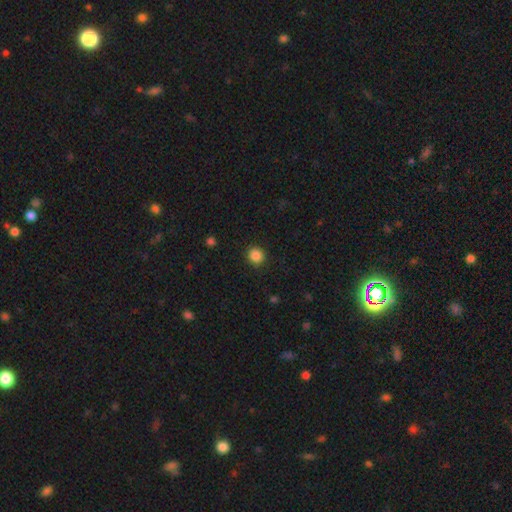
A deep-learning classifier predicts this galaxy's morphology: Smooth or featured: smooth — 86% (star or artifact — 11%)
How rounded: round — 91% (in between — 8%)
Merging: none — 90% (minor disturbance — 7%)